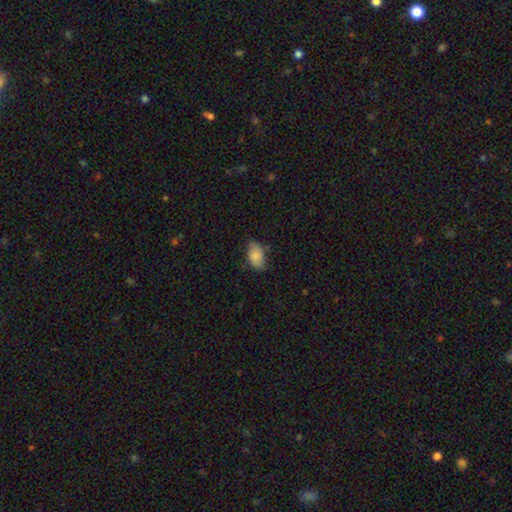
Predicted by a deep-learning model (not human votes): Smooth or featured? Predicted: smooth (p=0.80). How rounded? Predicted: in between (p=0.92). Merging? Predicted: none (p=0.72).